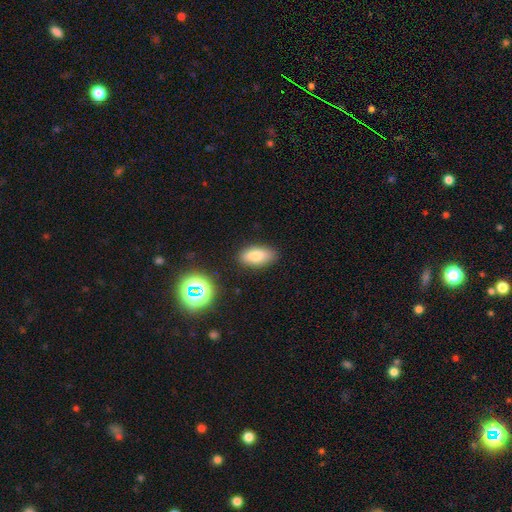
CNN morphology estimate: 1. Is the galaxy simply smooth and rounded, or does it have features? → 81% smooth, 10% star or artifact, 9% featured or disk.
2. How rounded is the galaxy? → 88% in between, 8% cigar-shaped, 4% round.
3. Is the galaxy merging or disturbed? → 83% none, 12% minor disturbance, 3% major disturbance, 2% merger.